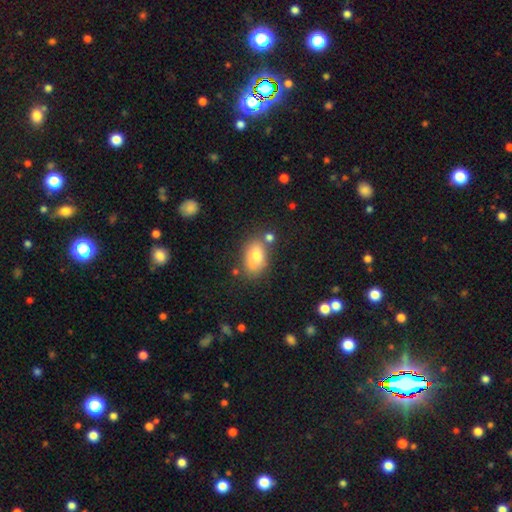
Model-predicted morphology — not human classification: Smooth or featured? smooth (72%)
How rounded? in between (84%)
Merging? none (54%)